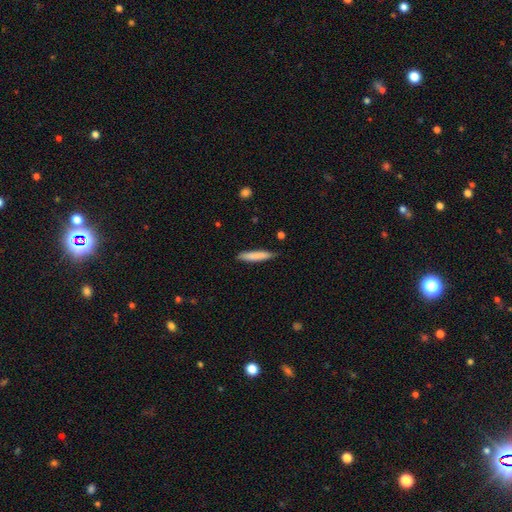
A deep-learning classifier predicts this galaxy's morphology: smooth 82%, featured or disk 12%, star or artifact 6%. Down the decision tree: how rounded — cigar-shaped (90%); merging — none (84%).